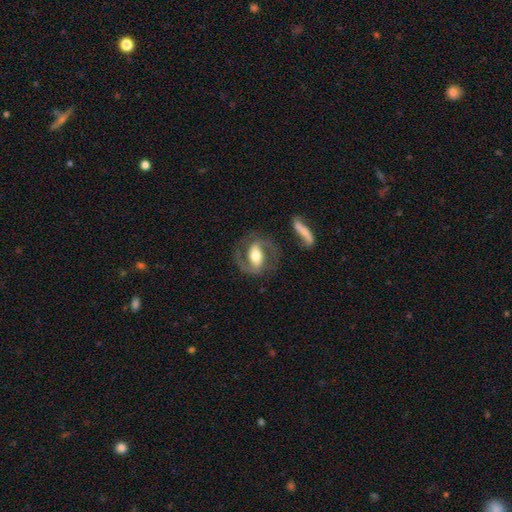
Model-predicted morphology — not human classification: smooth_or_featured: featured or disk (p=0.84) [alt: smooth p=0.11]
disk_edge_on: no (p=0.95) [alt: yes p=0.05]
bar: strong (p=0.55) [alt: weak p=0.28]
has_spiral_arms: yes (p=0.93) [alt: no p=0.07]
spiral_winding: medium (p=0.55) [alt: tight p=0.27]
spiral_arm_count: 2 (p=0.90) [alt: 1 p=0.04]
bulge_size: moderate (p=0.67) [alt: large p=0.18]
merging: none (p=0.76) [alt: minor disturbance p=0.13]